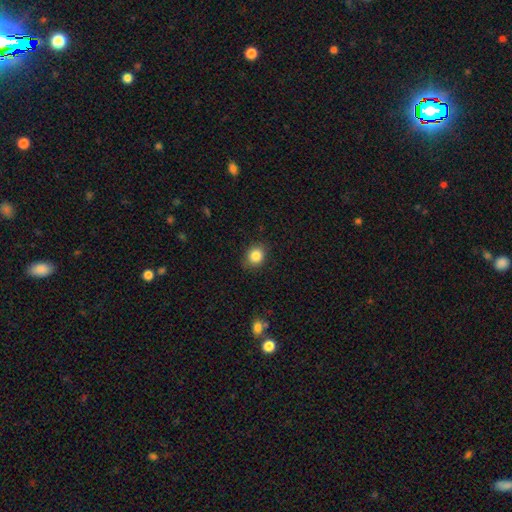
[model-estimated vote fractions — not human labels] Morphology: type=smooth (85%); roundness=round (60%); merging=none (84%).